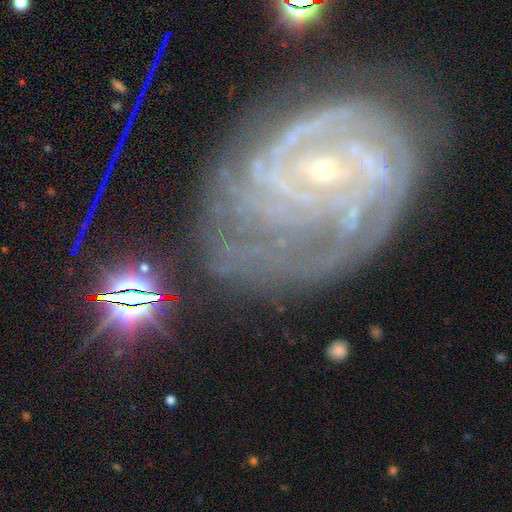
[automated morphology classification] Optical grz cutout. It shows a featured or disk galaxy (87%) with no bar (55%), tight (73%) spiral arms (97%) and a small central bulge (86%). Merging: none (58%).